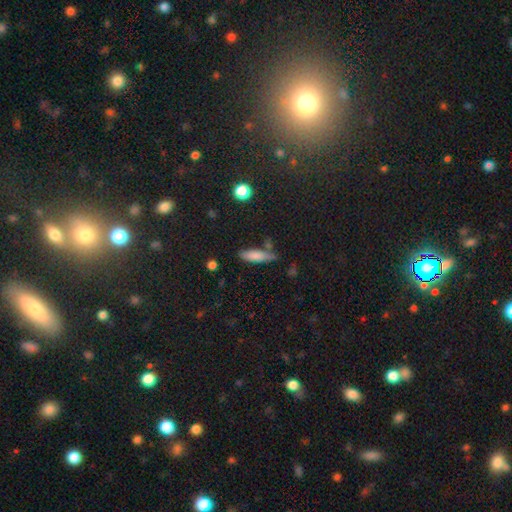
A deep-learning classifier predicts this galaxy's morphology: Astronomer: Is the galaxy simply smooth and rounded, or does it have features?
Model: smooth — 78%.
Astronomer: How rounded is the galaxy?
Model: cigar-shaped — 63%.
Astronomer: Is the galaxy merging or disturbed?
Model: none — 68%.